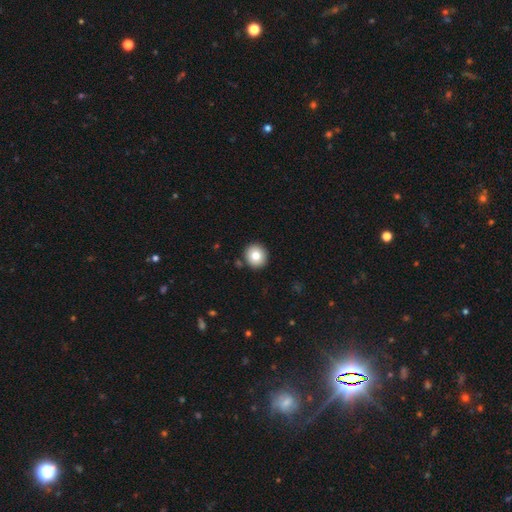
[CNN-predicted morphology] This appears to be a smooth galaxy with no disk features (80%) that is round (90%). Merging: none (90%).